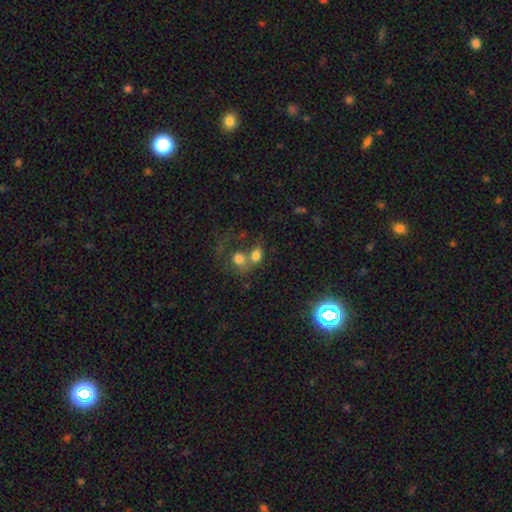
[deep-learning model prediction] A smooth galaxy with no disk features (74%) that is round (51%). Merging: merger (61%).